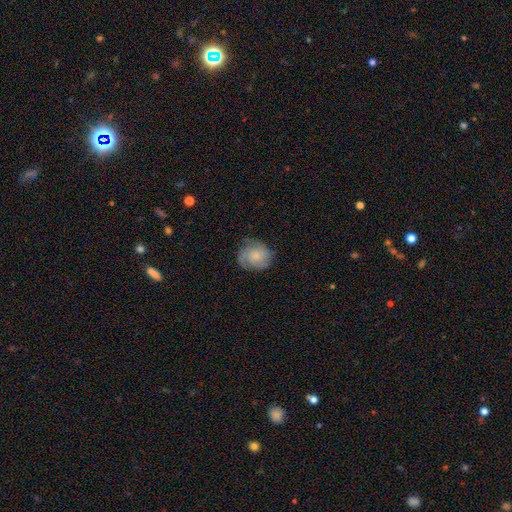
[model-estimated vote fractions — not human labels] smooth 51%, featured or disk 41%, star or artifact 8%. Down the decision tree: how rounded — round (68%); merging — none (66%).